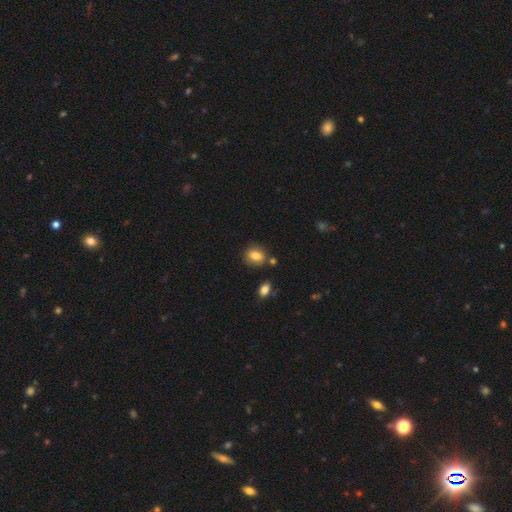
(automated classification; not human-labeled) smooth_or_featured: smooth (p=0.82) [alt: star or artifact p=0.09]
how_rounded: in between (p=0.54) [alt: round p=0.45]
merging: none (p=0.74) [alt: minor disturbance p=0.15]